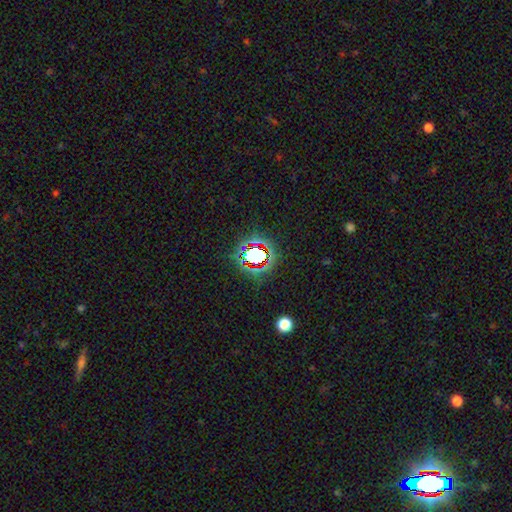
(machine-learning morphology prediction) Overall: star or artifact (67%).